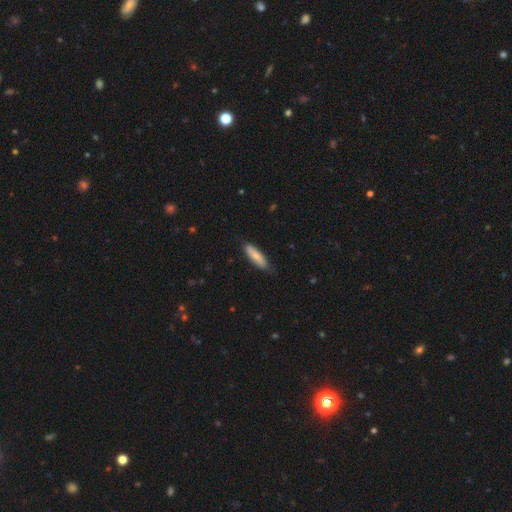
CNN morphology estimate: Overall: smooth (74%). How rounded: cigar-shaped (61%; in between 38%). Merging: none (80%).